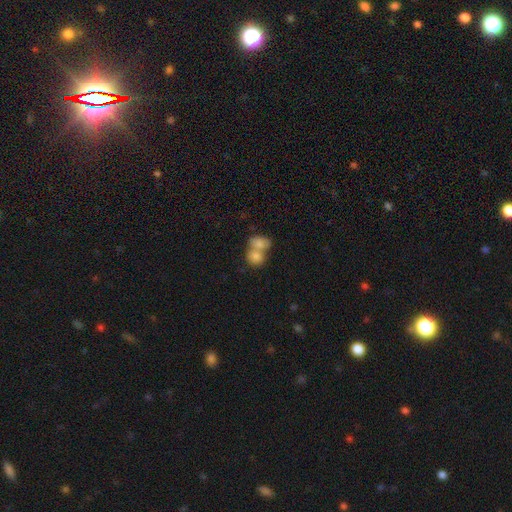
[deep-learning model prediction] Q: Smooth or featured?
A: smooth (80%); runner-up: featured or disk (12%)
Q: How rounded?
A: round (56%); runner-up: in between (43%)
Q: Merging?
A: merger (68%); runner-up: none (23%)